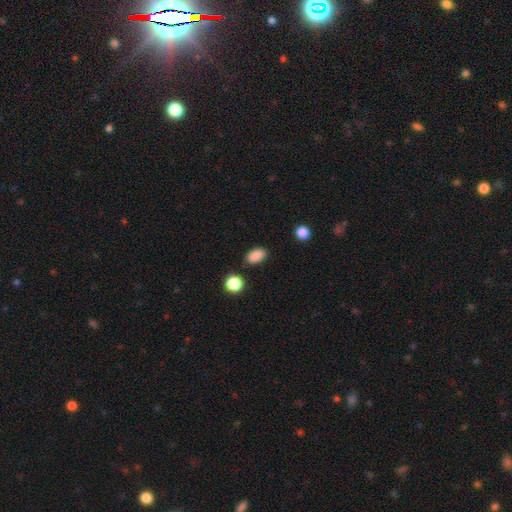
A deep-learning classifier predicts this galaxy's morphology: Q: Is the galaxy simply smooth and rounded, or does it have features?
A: smooth — 87%.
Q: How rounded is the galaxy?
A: in between — 87%.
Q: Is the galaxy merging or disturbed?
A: none — 85%.